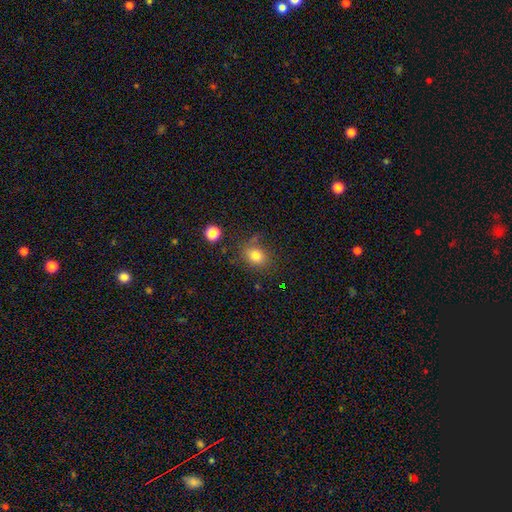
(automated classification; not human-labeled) smooth-or-featured: smooth: 79% | star or artifact: 12% | featured or disk: 9%
  how-rounded: in between: 51% | round: 48% | cigar-shaped: 1%
  merging: none: 70% | minor disturbance: 18% | major disturbance: 7% | merger: 5%